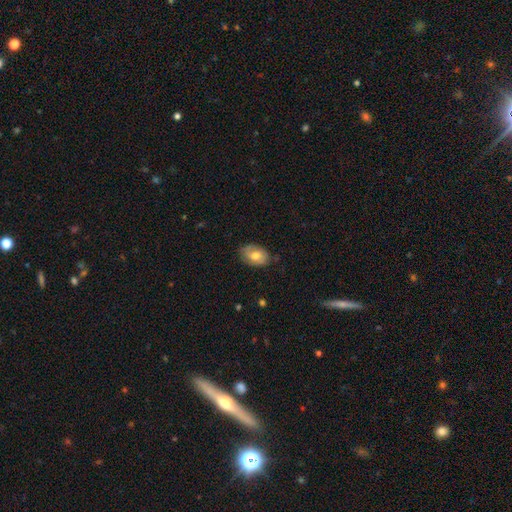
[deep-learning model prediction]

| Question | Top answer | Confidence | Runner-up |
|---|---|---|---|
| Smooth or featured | smooth | 68% | featured or disk (25%) |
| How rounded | in between | 87% | round (12%) |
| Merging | none | 74% | minor disturbance (21%) |